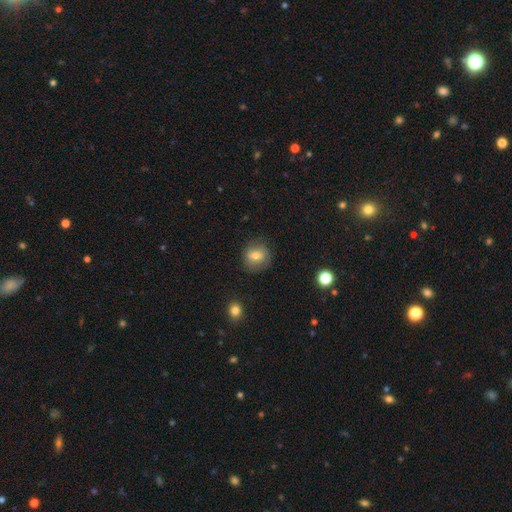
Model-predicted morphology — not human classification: Smooth or featured? Predicted: smooth (p=0.70). How rounded? Predicted: round (p=0.81). Merging? Predicted: none (p=0.79).